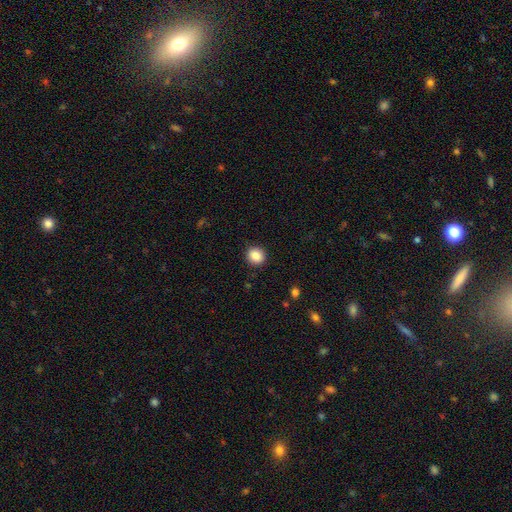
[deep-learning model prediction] Morphology: type=smooth (87%); roundness=round (87%); merging=none (91%).